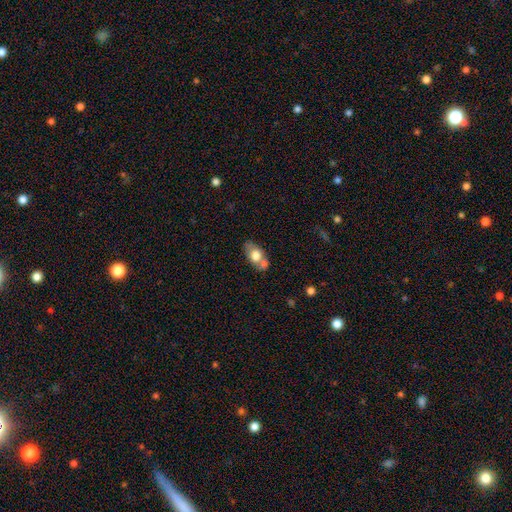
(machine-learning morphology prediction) The model was most divided on "merging": none: 43%, merger: 37%, minor disturbance: 15%, major disturbance: 5%. More confident: how rounded — in between (82%); smooth or featured — smooth (68%).